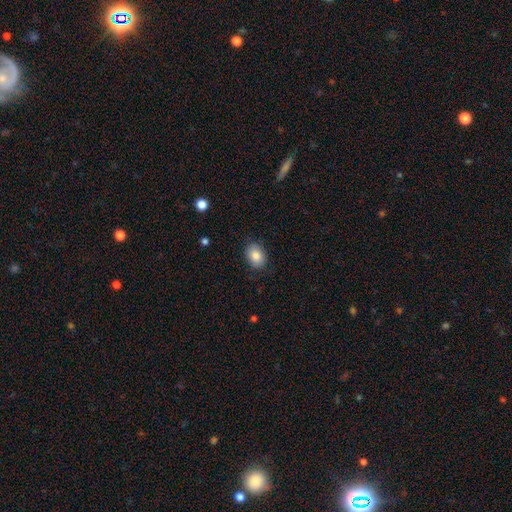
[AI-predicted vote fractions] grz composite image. It shows a smooth galaxy with no disk features (85%) that is in between round and cigar-shaped (72%). Merging: none (86%).